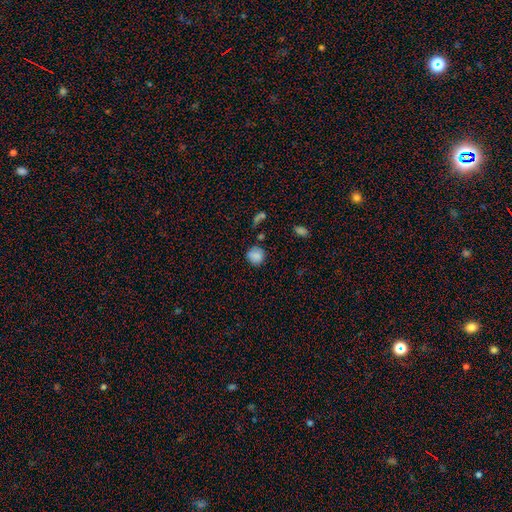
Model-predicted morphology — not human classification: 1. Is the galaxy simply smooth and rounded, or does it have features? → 81% smooth, 12% star or artifact, 7% featured or disk.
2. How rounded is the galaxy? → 83% round, 16% in between, 1% cigar-shaped.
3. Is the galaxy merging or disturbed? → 72% none, 18% minor disturbance, 5% major disturbance, 5% merger.